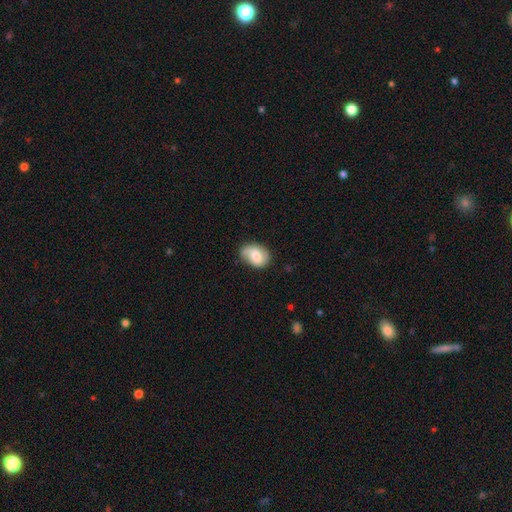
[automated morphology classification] Overall: smooth (58%; featured or disk 34%). How rounded: in between (68%; round 30%). Merging: none (59%; minor disturbance 30%).